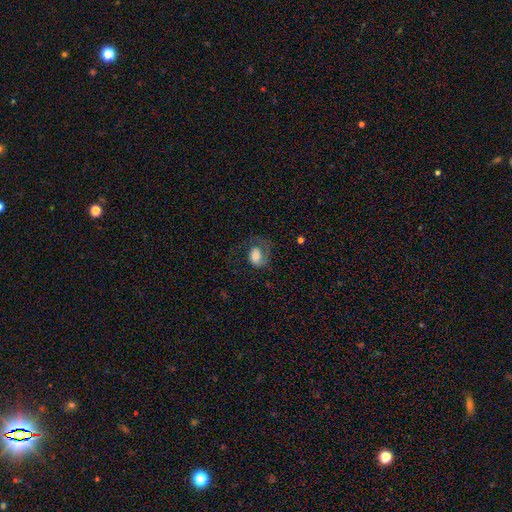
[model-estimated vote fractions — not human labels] Smooth or featured? smooth (49%)
Merging? none (40%)